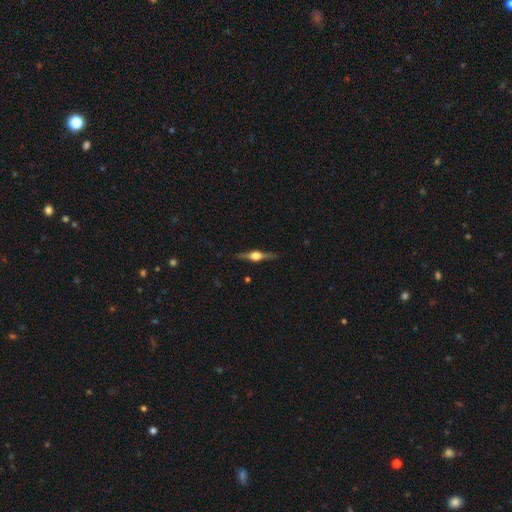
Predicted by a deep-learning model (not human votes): Smooth or featured?
  - featured or disk: 79% *
  - smooth: 15%
  - star or artifact: 6%
Edge-on disk?
  - yes: 98% *
  - no: 2%
Edge-on bulge?
  - rounded: 93% *
  - boxy: 6%
  - none: 2%
Merging?
  - none: 89% *
  - minor disturbance: 8%
  - major disturbance: 2%
  - merger: 1%